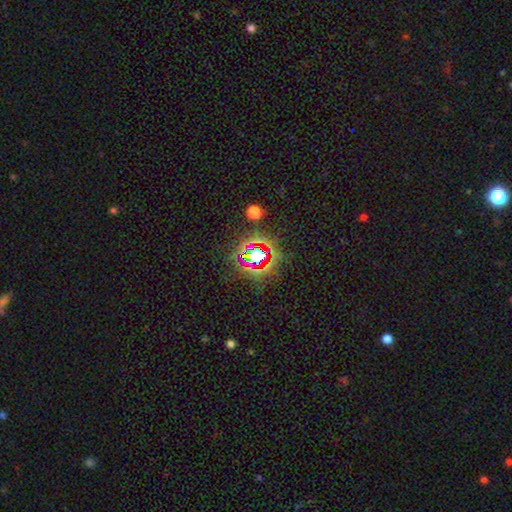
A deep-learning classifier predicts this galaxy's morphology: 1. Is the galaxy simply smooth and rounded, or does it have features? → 76% star or artifact, 14% smooth, 10% featured or disk.